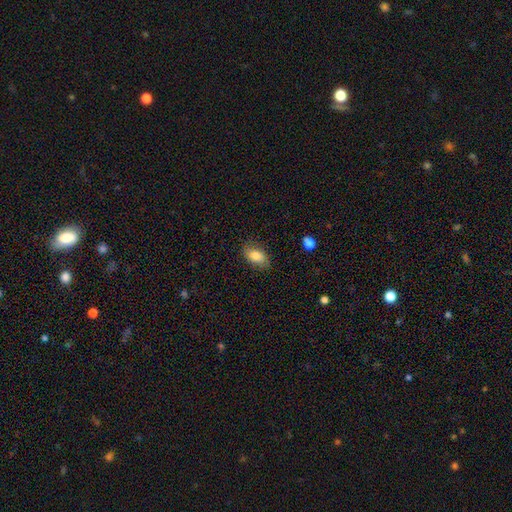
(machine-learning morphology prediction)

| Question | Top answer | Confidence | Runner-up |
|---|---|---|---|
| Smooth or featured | smooth | 81% | featured or disk (11%) |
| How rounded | in between | 90% | round (7%) |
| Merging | none | 80% | minor disturbance (16%) |